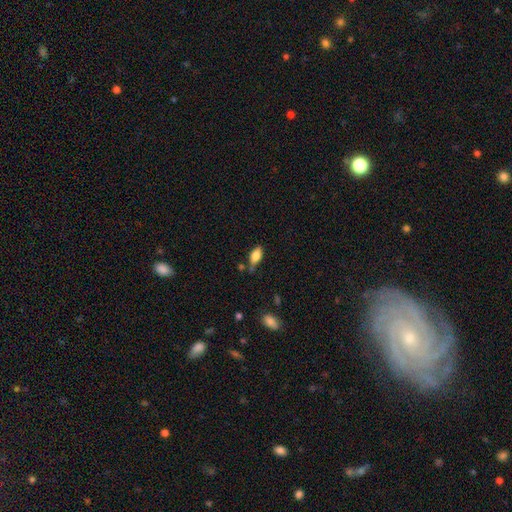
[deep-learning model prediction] Smooth or featured: smooth — 72% (featured or disk — 20%)
How rounded: in between — 84% (cigar-shaped — 12%)
Merging: none — 61% (minor disturbance — 25%)